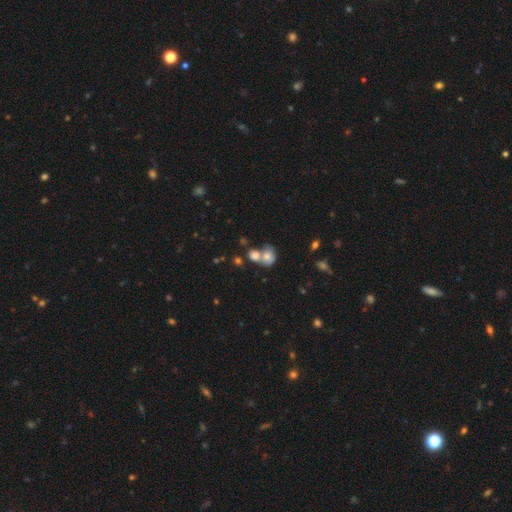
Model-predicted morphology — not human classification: type=smooth (72%); roundness=round (62%); merging=merger (53%).